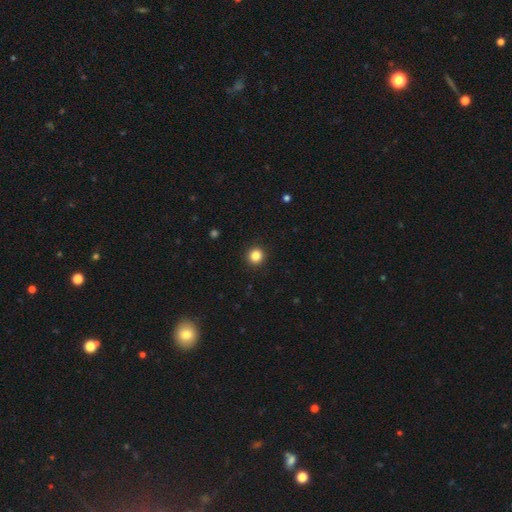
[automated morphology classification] Smooth or featured? Predicted: smooth (p=0.84). How rounded? Predicted: round (p=0.94). Merging? Predicted: none (p=0.93).